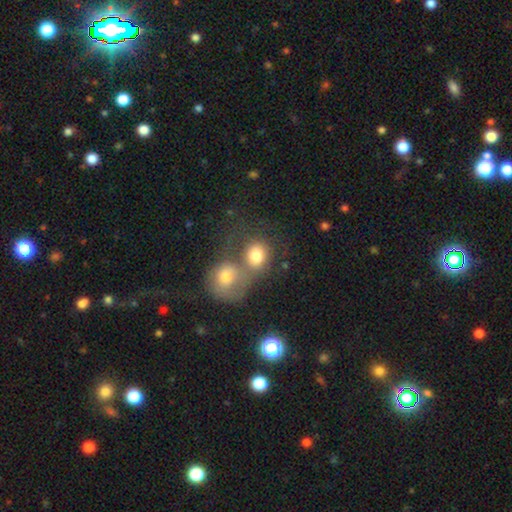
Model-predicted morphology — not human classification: The model was most divided on "how rounded": round: 67%, in between: 32%, cigar-shaped: 1%. More confident: smooth or featured — smooth (72%); merging — merger (64%).